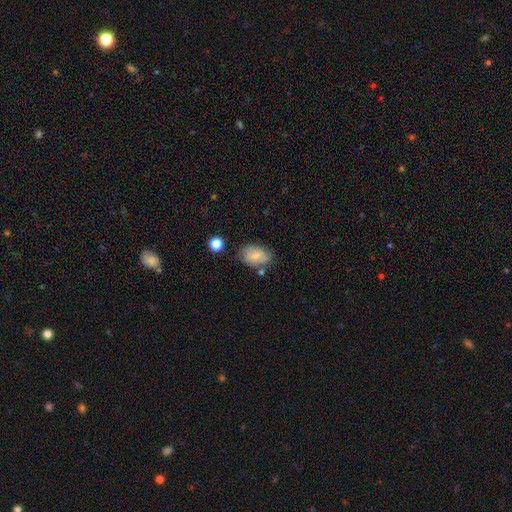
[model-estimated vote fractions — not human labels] Smooth or featured? smooth (72%)
How rounded? in between (83%)
Merging? none (64%)